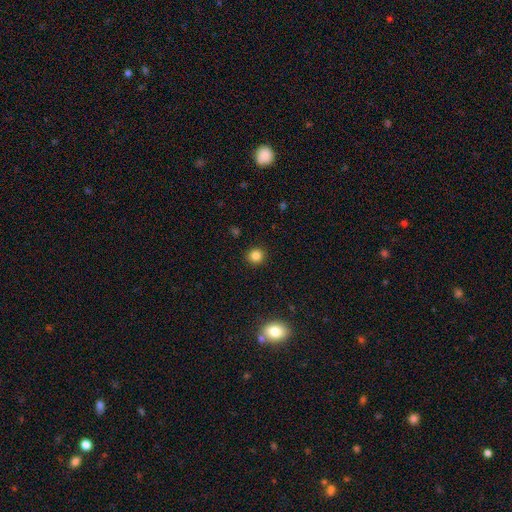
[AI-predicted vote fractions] This is clearly a smooth galaxy (83%). How rounded: clearly round (92%). Merging: clearly none (92%).